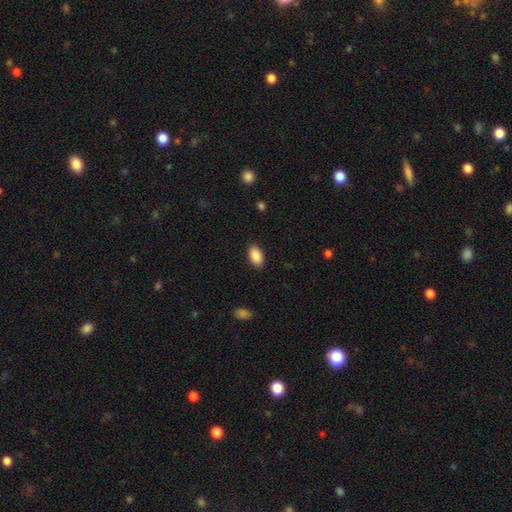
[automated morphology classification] This appears to be a smooth galaxy with no disk features (90%) that is in between round and cigar-shaped (94%). Merging: none (89%).